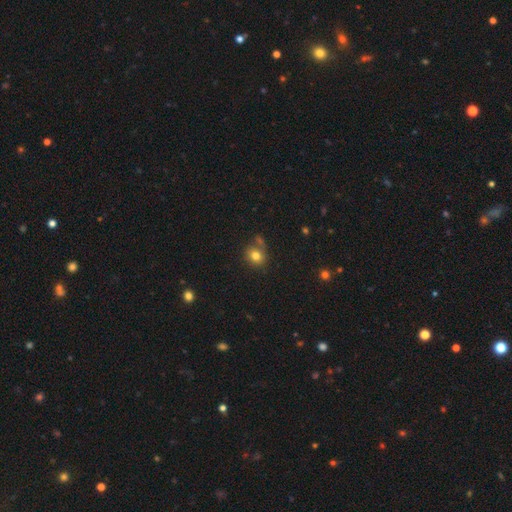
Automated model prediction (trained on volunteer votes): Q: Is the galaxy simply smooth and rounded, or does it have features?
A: smooth — 79%.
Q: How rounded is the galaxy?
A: round — 73%.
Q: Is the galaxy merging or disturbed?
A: none — 62%.